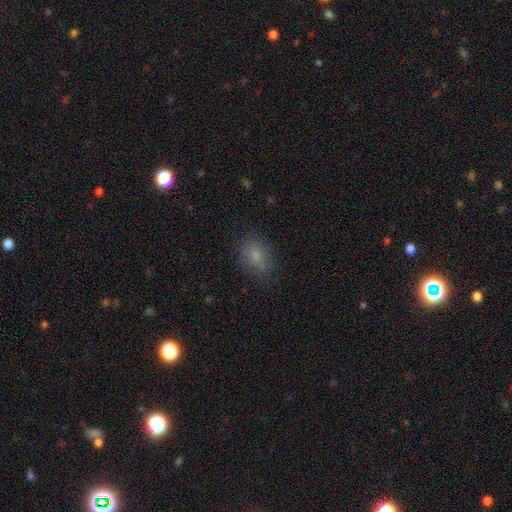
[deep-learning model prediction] Smooth or featured? Predicted: smooth (p=0.77). How rounded? Predicted: in between (p=0.61). Merging? Predicted: none (p=0.78).